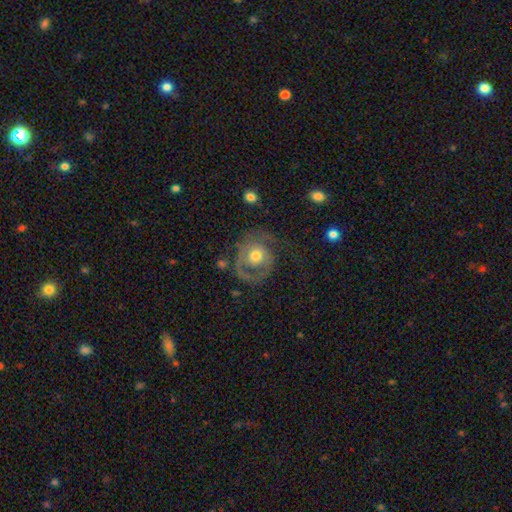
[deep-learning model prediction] Smooth or featured: featured or disk — 65% (smooth — 28%)
Edge-on disk: no — 97% (yes — 3%)
Bar: no — 82% (weak — 15%)
Spiral arms: yes — 73% (no — 27%)
Bulge size: moderate — 71% (small — 14%)
Merging: none — 47% (major disturbance — 30%)